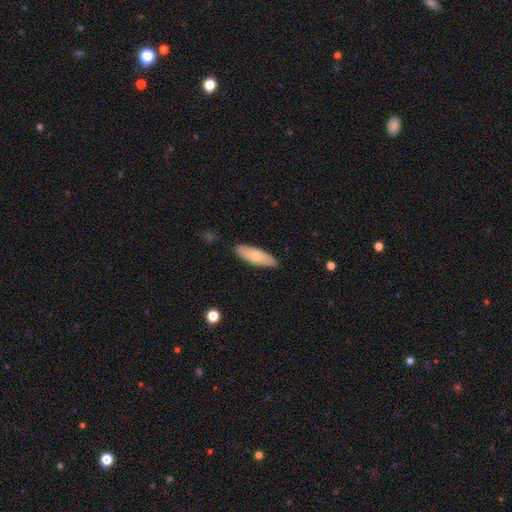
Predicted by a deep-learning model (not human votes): Smooth or featured?
  - smooth: 63% *
  - featured or disk: 31%
  - star or artifact: 6%
How rounded?
  - in between: 54% *
  - cigar-shaped: 43%
  - round: 2%
Merging?
  - none: 89% *
  - minor disturbance: 8%
  - major disturbance: 2%
  - merger: 1%